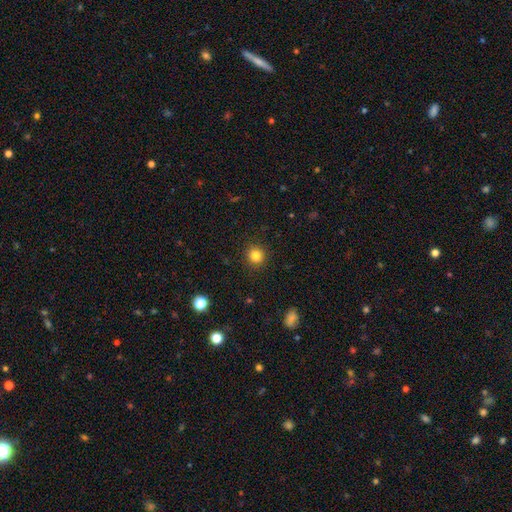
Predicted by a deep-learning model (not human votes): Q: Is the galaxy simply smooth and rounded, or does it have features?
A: smooth — 83%.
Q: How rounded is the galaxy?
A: round — 92%.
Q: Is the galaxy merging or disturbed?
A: none — 91%.